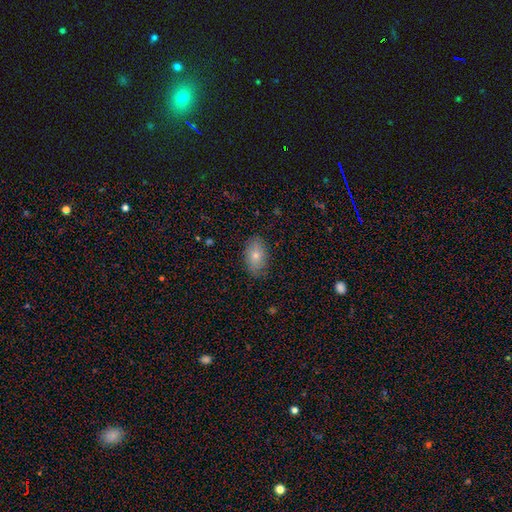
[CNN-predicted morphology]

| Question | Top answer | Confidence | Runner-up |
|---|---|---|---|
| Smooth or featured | smooth | 74% | featured or disk (19%) |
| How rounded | in between | 90% | round (8%) |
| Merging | none | 81% | minor disturbance (15%) |